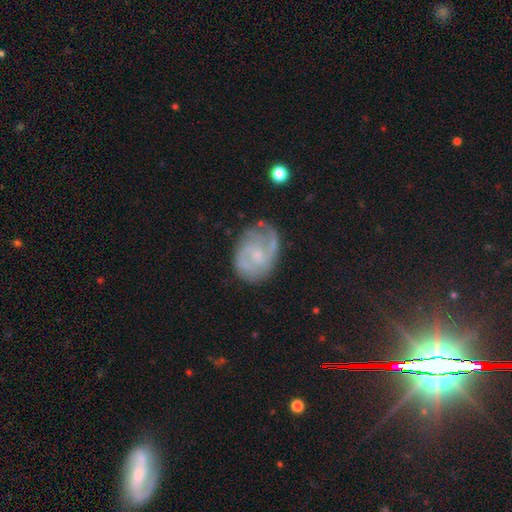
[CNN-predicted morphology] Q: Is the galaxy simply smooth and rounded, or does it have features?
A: featured or disk — 80%.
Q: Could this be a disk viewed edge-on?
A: no — 98%.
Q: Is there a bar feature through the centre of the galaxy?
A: no — 56%.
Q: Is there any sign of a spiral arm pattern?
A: yes — 93%.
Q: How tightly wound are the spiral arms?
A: medium — 43%.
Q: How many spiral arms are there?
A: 2 — 44%.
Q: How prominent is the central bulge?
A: small — 61%.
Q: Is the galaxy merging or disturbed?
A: none — 63%.